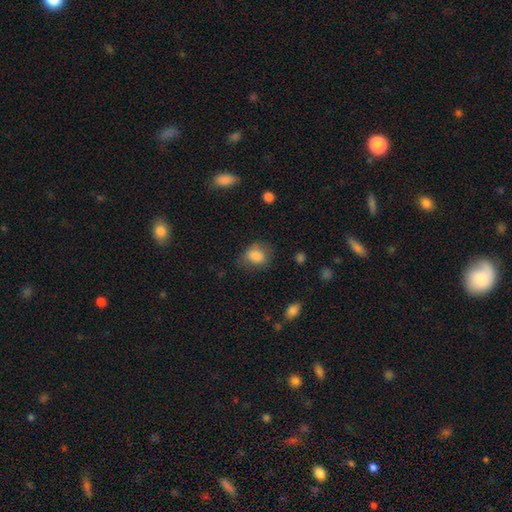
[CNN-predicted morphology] The model was most divided on "how rounded": in between: 50%, round: 49%, cigar-shaped: 1%. More confident: smooth or featured — smooth (83%); merging — none (60%).